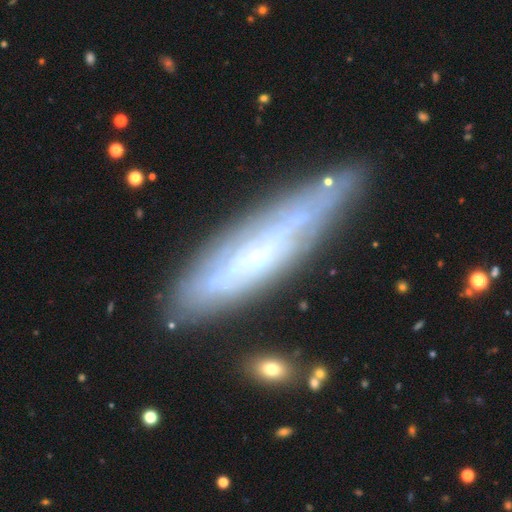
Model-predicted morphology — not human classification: type=featured or disk (63%); edge-on=yes (58%); merging=none (74%).